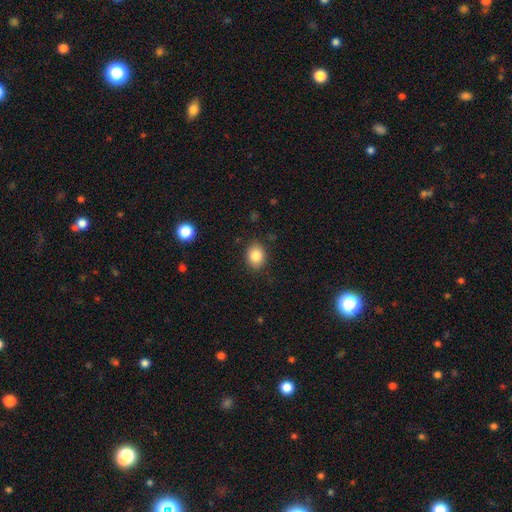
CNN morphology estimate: smooth_or_featured: smooth (p=0.83) [alt: star or artifact p=0.10]
how_rounded: round (p=0.50) [alt: in between p=0.49]
merging: none (p=0.86) [alt: minor disturbance p=0.10]